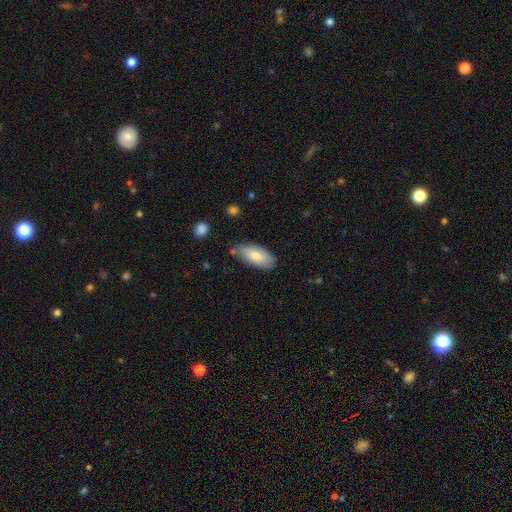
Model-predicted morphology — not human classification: This is likely a smooth galaxy (79%). How rounded: clearly in between (87%). Merging: likely none (78%).